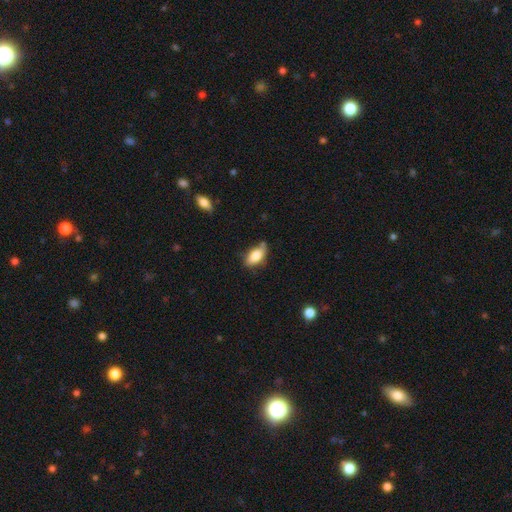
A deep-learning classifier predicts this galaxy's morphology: The model was most divided on "merging": none: 68%, minor disturbance: 24%, merger: 5%, major disturbance: 4%. More confident: how rounded — in between (89%); smooth or featured — smooth (80%).